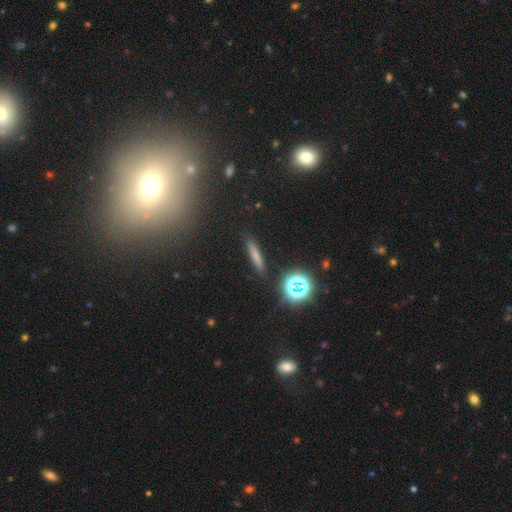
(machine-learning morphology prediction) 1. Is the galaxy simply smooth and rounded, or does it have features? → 68% smooth, 18% star or artifact, 14% featured or disk.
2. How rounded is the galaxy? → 88% cigar-shaped, 8% in between, 4% round.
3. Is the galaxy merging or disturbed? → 88% none, 8% minor disturbance, 2% major disturbance, 2% merger.